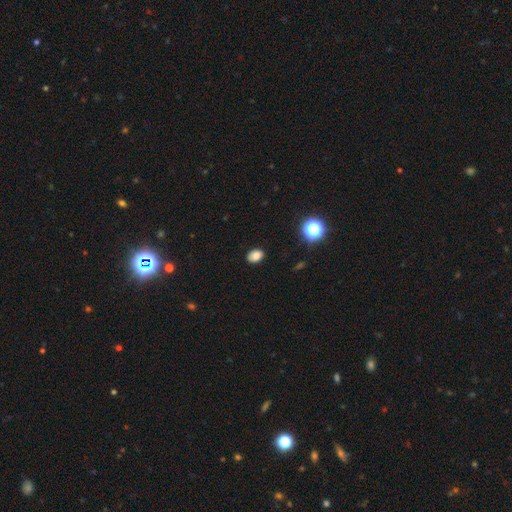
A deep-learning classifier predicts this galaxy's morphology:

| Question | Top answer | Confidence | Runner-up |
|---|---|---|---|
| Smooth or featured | smooth | 83% | star or artifact (12%) |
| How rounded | in between | 74% | round (25%) |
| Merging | none | 86% | minor disturbance (11%) |